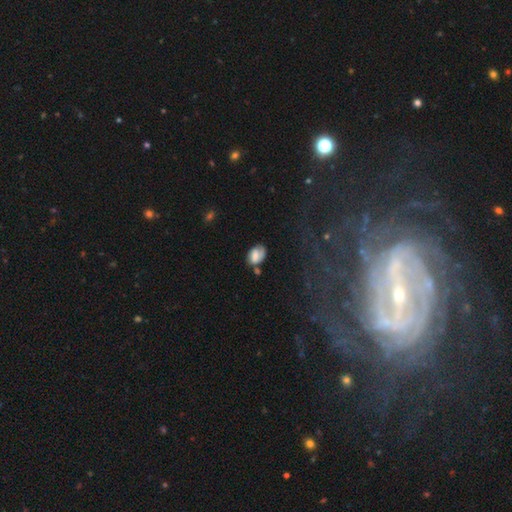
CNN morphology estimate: smooth-or-featured: smooth: 52% | featured or disk: 39% | star or artifact: 9%
  how-rounded: in between: 85% | round: 14% | cigar-shaped: 1%
  merging: none: 51% | minor disturbance: 27% | merger: 12% | major disturbance: 10%